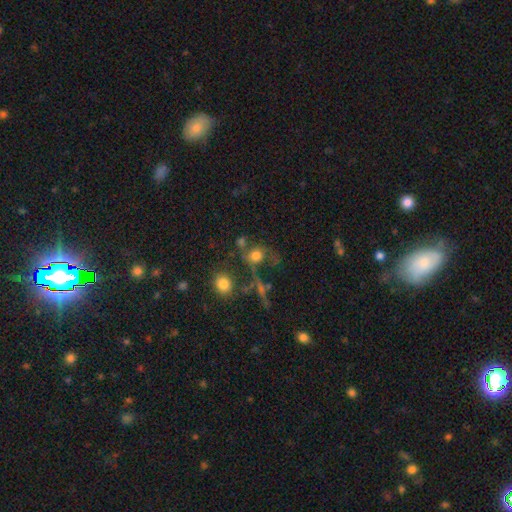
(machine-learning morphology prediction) type=smooth (64%); roundness=round (77%); merging=none (48%).